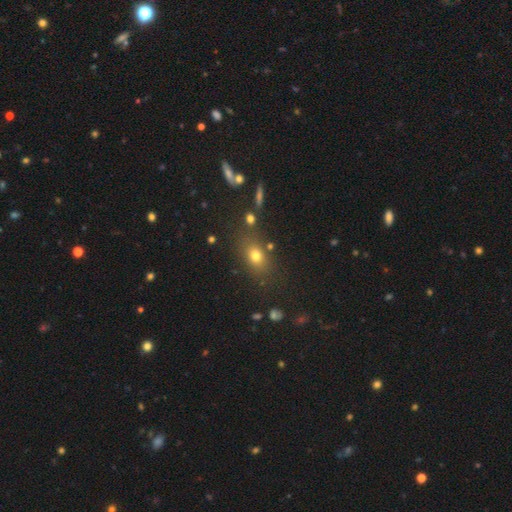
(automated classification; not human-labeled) smooth_or_featured: smooth (p=0.72) [alt: star or artifact p=0.16]
how_rounded: in between (p=0.62) [alt: round p=0.34]
merging: none (p=0.76) [alt: minor disturbance p=0.13]